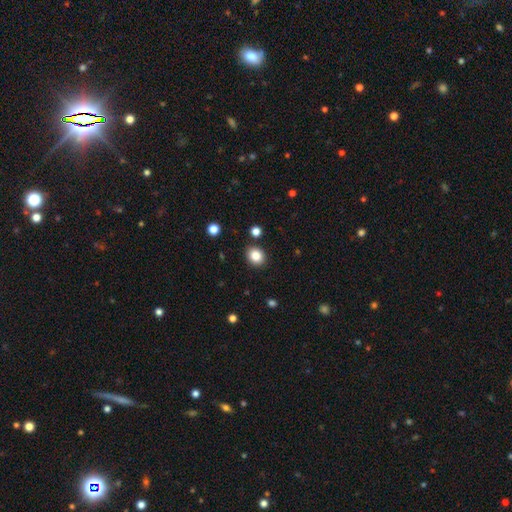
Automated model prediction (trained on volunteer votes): smooth 85%, star or artifact 10%, featured or disk 5%. Down the decision tree: how rounded — round (64%); merging — none (88%).